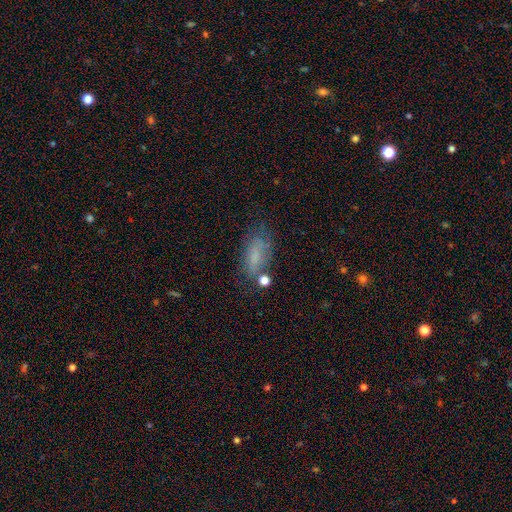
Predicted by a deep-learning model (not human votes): Overall: smooth (66%). How rounded: in between (81%). Merging: none (53%; minor disturbance 26%).